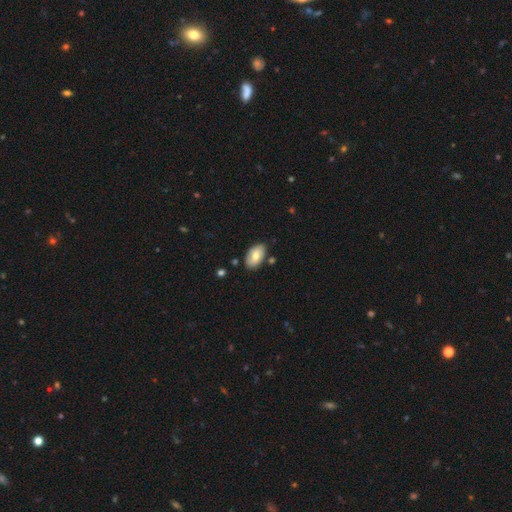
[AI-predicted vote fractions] Smooth or featured?
  - smooth: 73% *
  - featured or disk: 21%
  - star or artifact: 6%
How rounded?
  - in between: 94% *
  - round: 5%
  - cigar-shaped: 1%
Merging?
  - none: 80% *
  - minor disturbance: 14%
  - merger: 4%
  - major disturbance: 3%